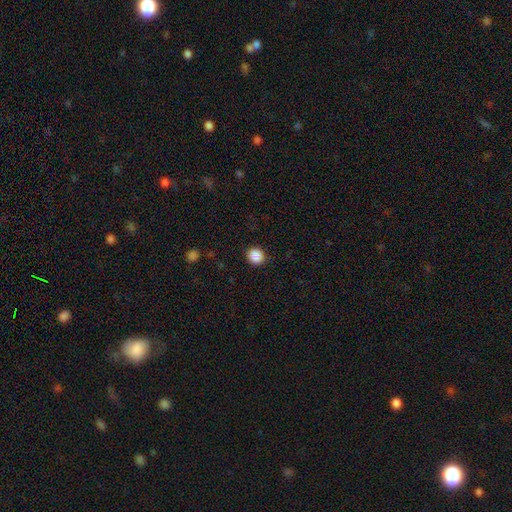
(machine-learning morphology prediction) A smooth galaxy with no disk features (89%) that is round (81%). Merging: none (89%).